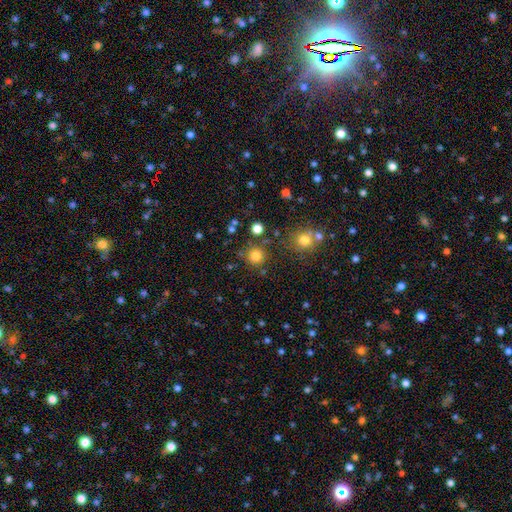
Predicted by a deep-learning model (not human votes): Overall: smooth (80%). How rounded: round (94%). Merging: none (82%).